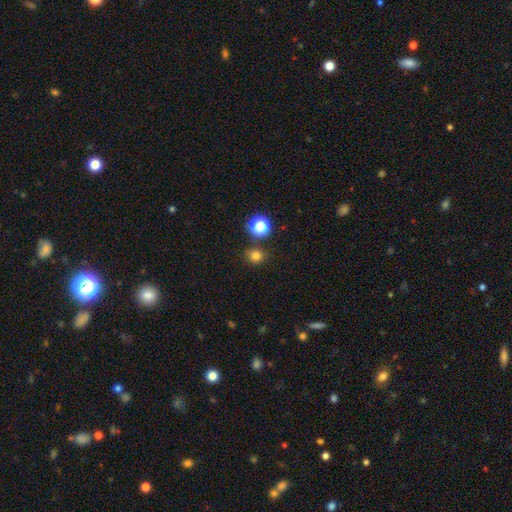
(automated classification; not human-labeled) Smooth or featured? Predicted: smooth (p=0.77). How rounded? Predicted: round (p=0.85). Merging? Predicted: none (p=0.82).